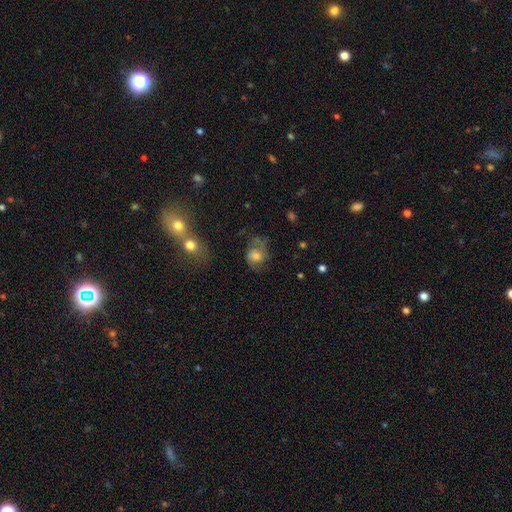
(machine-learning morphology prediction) Smooth or featured? smooth (47%)
Merging? none (49%)